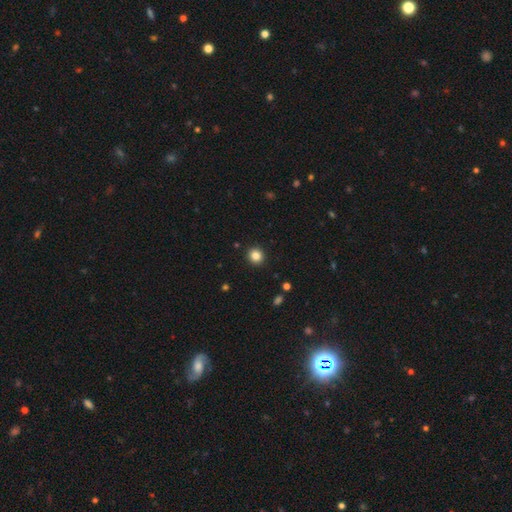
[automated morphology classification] Smooth or featured? smooth (84%)
How rounded? round (88%)
Merging? none (92%)